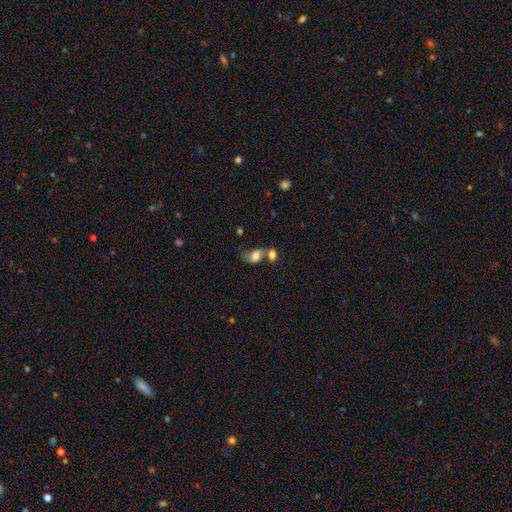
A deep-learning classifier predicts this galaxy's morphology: Smooth or featured? Predicted: smooth (p=0.66). How rounded? Predicted: in between (p=0.76). Merging? Predicted: merger (p=0.57).